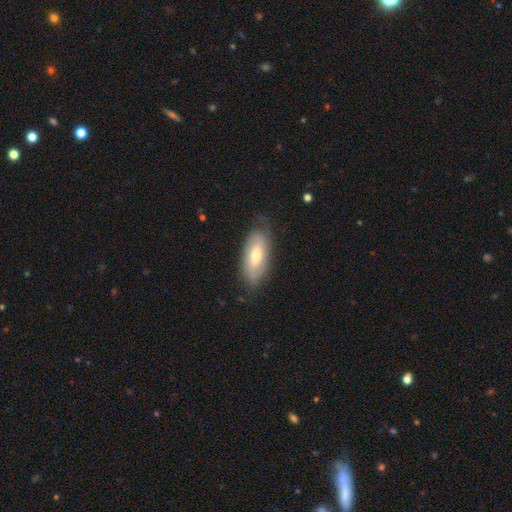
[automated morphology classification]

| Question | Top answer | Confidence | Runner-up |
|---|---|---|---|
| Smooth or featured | featured or disk | 49% | smooth (45%) |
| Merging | none | 73% | minor disturbance (20%) |